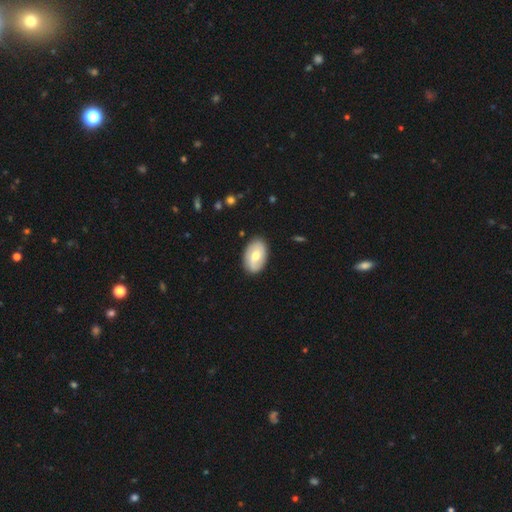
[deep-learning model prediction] Overall: smooth (55%; featured or disk 39%). How rounded: in between (91%). Merging: none (86%).